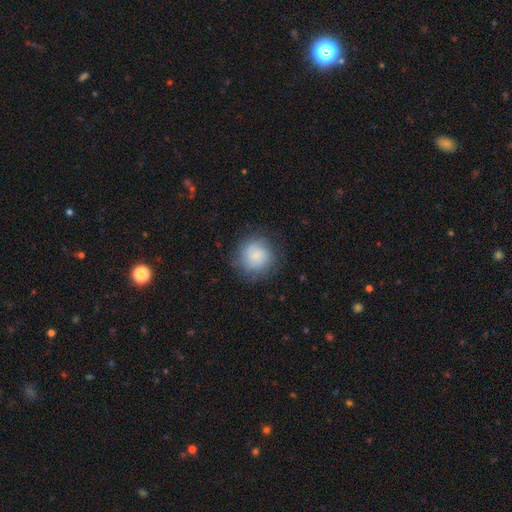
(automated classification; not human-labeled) smooth-or-featured: smooth: 74% | featured or disk: 17% | star or artifact: 9%
  how-rounded: round: 92% | in between: 7% | cigar-shaped: 1%
  merging: none: 77% | minor disturbance: 15% | major disturbance: 6% | merger: 1%